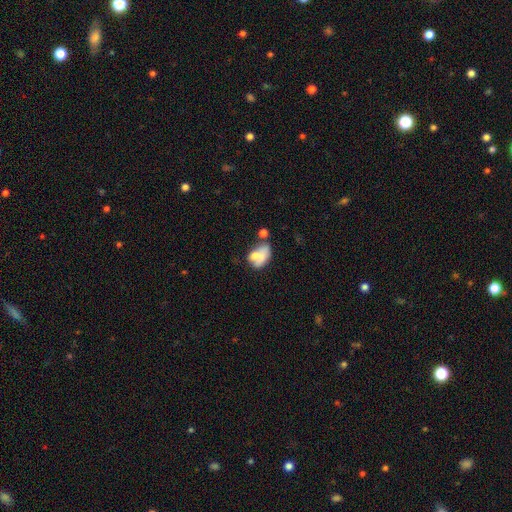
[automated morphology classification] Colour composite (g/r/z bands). It shows a smooth galaxy with no disk features (61%) that is in between round and cigar-shaped (82%). Merging: merger (38%).